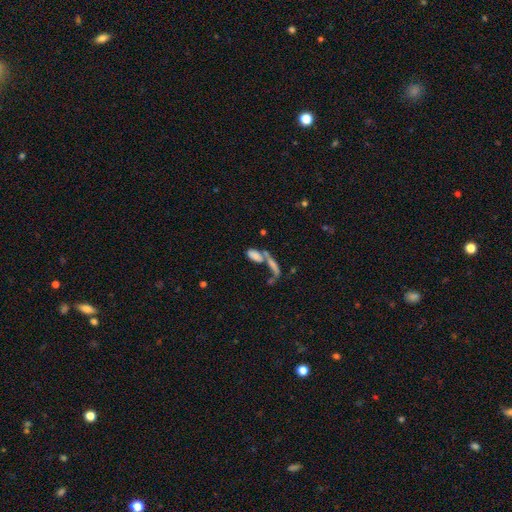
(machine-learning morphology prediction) Overall: smooth (70%). How rounded: in between (73%). Merging: merger (56%; none 27%).